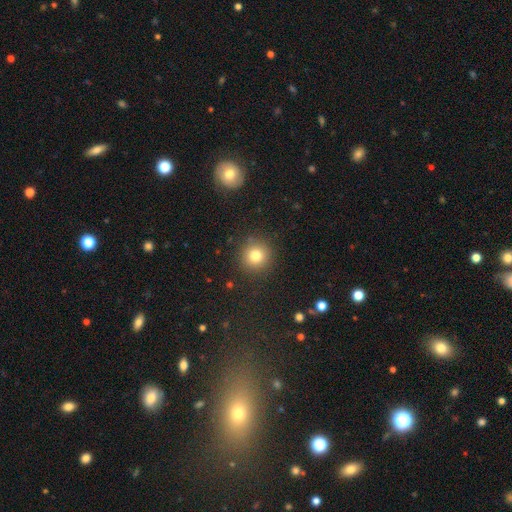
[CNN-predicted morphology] smooth_or_featured: smooth (p=0.78) [alt: star or artifact p=0.13]
how_rounded: round (p=0.94) [alt: in between p=0.05]
merging: none (p=0.89) [alt: minor disturbance p=0.07]